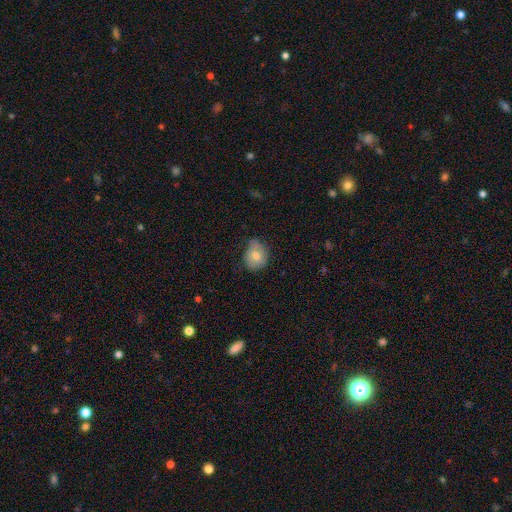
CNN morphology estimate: Q: Smooth or featured?
A: smooth (69%); runner-up: featured or disk (23%)
Q: How rounded?
A: in between (52%); runner-up: round (47%)
Q: Merging?
A: none (56%); runner-up: minor disturbance (34%)